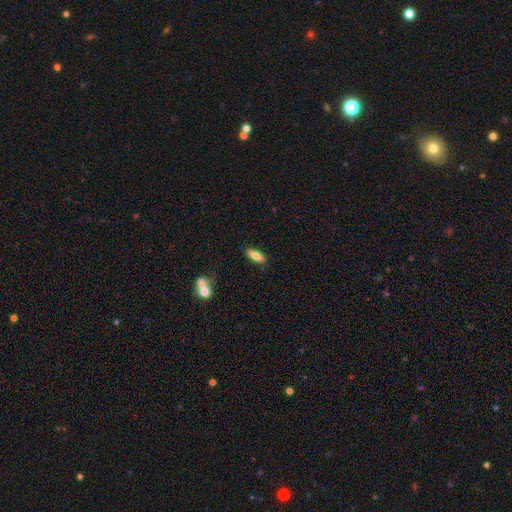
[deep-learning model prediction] Smooth or featured: smooth — 73% (featured or disk — 20%)
How rounded: in between — 70% (cigar-shaped — 27%)
Merging: none — 86% (minor disturbance — 9%)